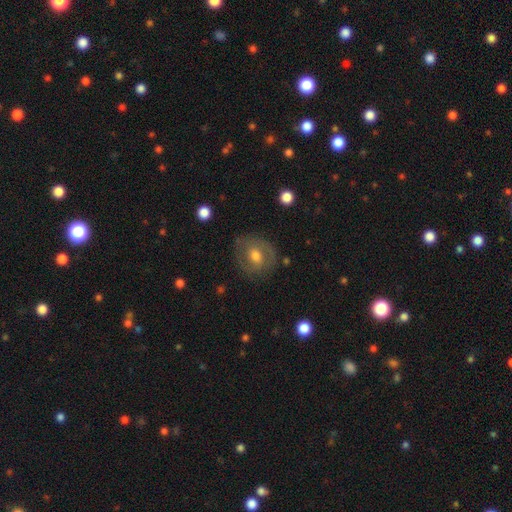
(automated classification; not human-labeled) A featured or disk galaxy (47%). Merging: none (76%).